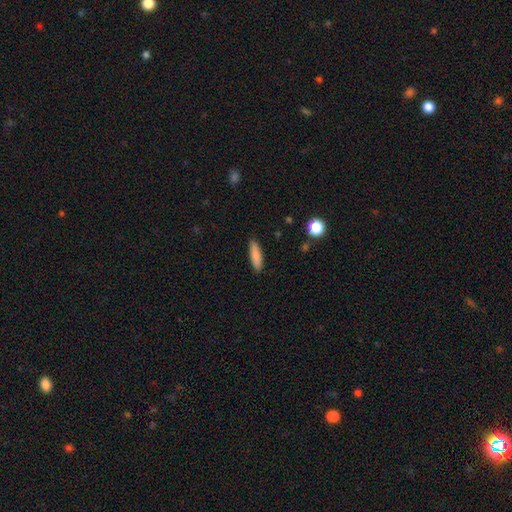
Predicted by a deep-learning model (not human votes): This is clearly a smooth galaxy (84%). How rounded: likely cigar-shaped (68%). Merging: clearly none (88%).